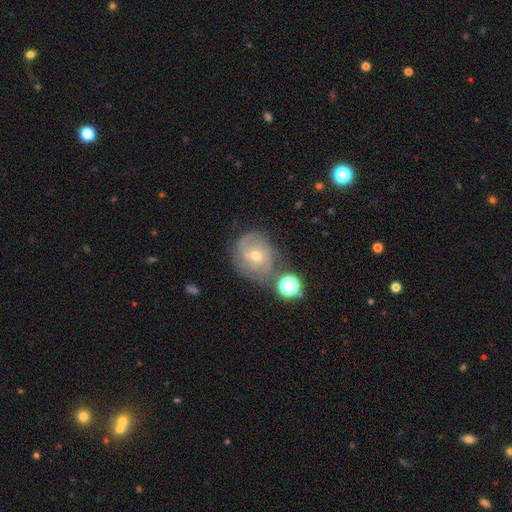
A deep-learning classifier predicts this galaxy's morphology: smooth_or_featured: featured or disk (p=0.67) [alt: smooth p=0.22]
disk_edge_on: no (p=0.97) [alt: yes p=0.03]
bar: no (p=0.58) [alt: weak p=0.36]
has_spiral_arms: yes (p=0.85) [alt: no p=0.15]
spiral_winding: tight (p=0.51) [alt: medium p=0.36]
spiral_arm_count: 2 (p=0.37) [alt: can't tell p=0.36]
bulge_size: moderate (p=0.49) [alt: small p=0.47]
merging: none (p=0.57) [alt: minor disturbance p=0.22]